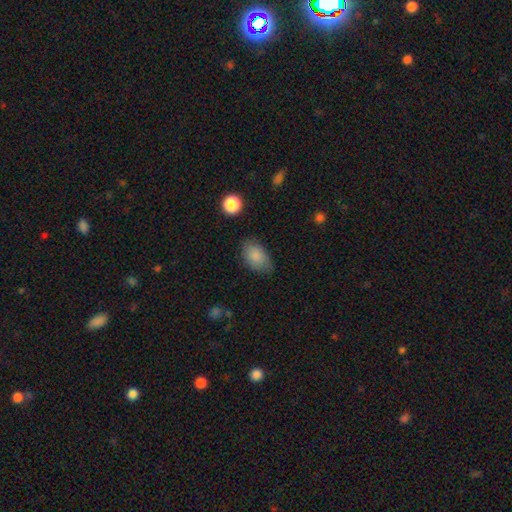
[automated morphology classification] type=smooth (86%); roundness=in between (85%); merging=none (72%).